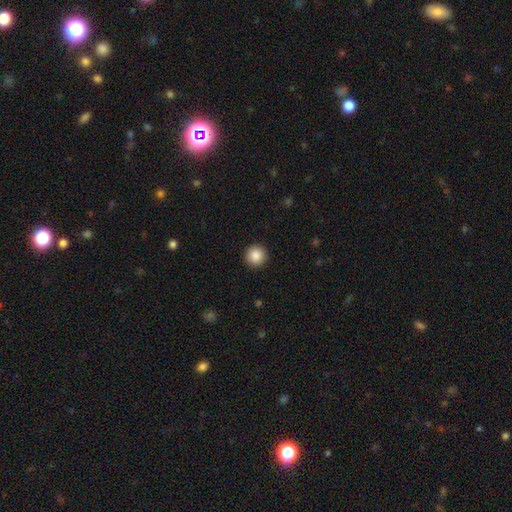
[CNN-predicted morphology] Q: Smooth or featured?
A: smooth (88%); runner-up: star or artifact (9%)
Q: How rounded?
A: round (96%); runner-up: in between (3%)
Q: Merging?
A: none (93%); runner-up: minor disturbance (5%)